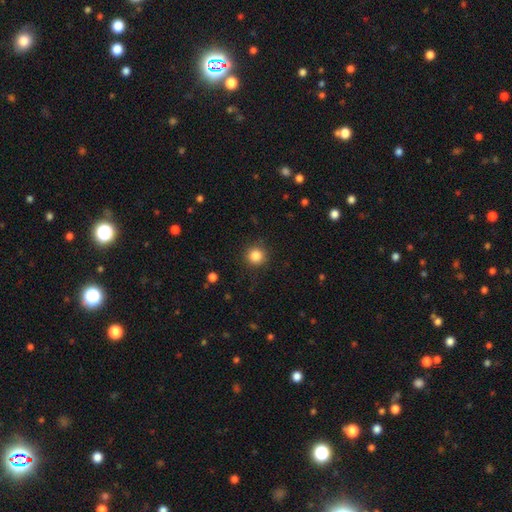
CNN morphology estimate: Smooth or featured: smooth — 85% (star or artifact — 11%)
How rounded: round — 94% (in between — 5%)
Merging: none — 90% (minor disturbance — 7%)